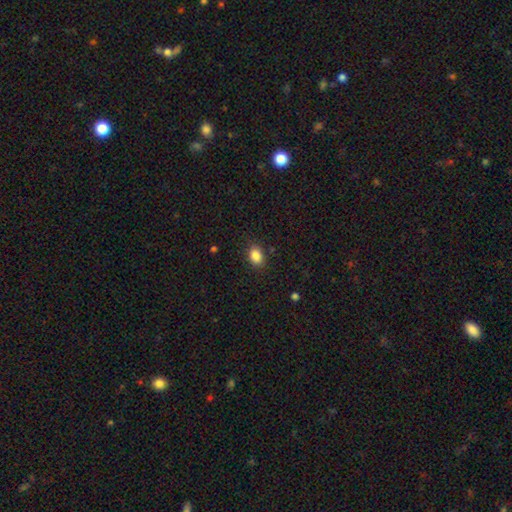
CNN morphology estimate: Smooth or featured? smooth (86%)
How rounded? in between (75%)
Merging? none (86%)